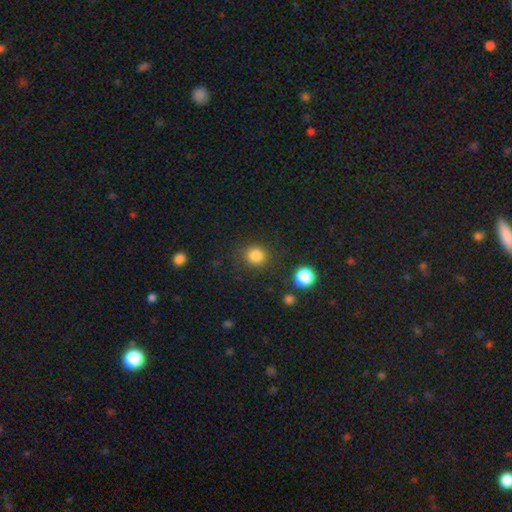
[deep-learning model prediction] Q: Smooth or featured?
A: smooth (84%); runner-up: star or artifact (12%)
Q: How rounded?
A: round (90%); runner-up: in between (9%)
Q: Merging?
A: none (86%); runner-up: minor disturbance (8%)